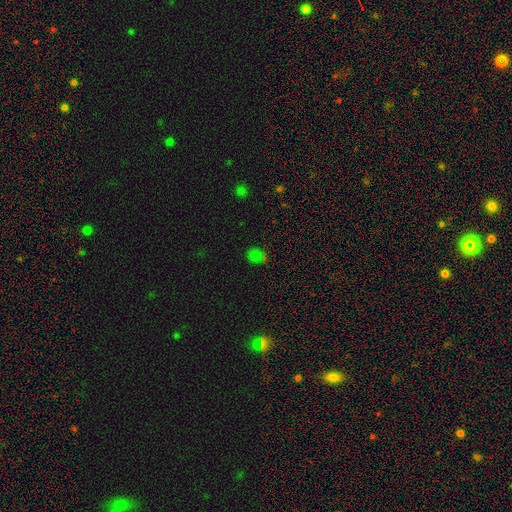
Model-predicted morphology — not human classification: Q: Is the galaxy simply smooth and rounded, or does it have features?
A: smooth — 56%.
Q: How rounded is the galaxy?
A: round — 75%.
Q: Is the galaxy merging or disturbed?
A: none — 77%.